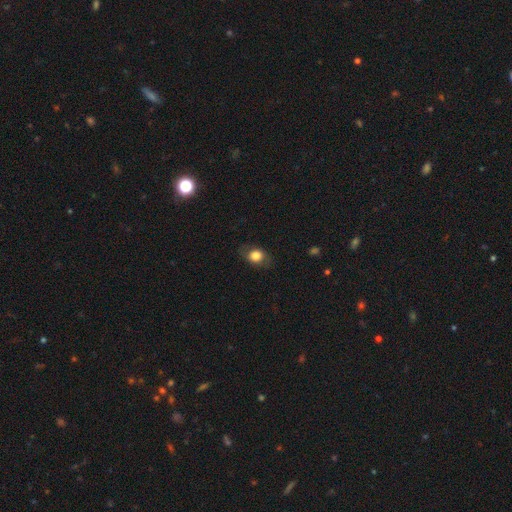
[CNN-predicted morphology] The model was most divided on "how rounded": in between: 54%, round: 44%, cigar-shaped: 2%. More confident: merging — none (76%); smooth or featured — smooth (76%).